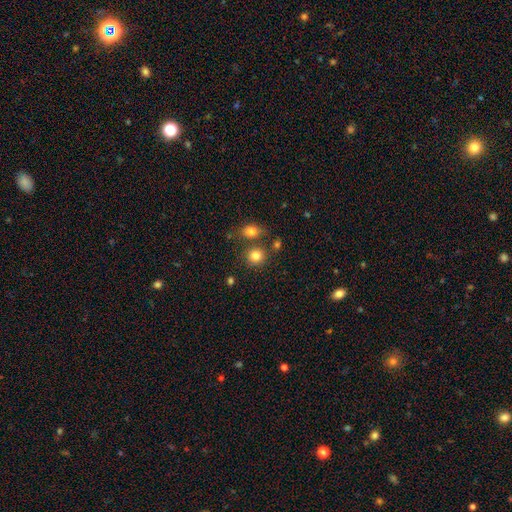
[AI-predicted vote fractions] Smooth or featured?
  - smooth: 82% *
  - star or artifact: 11%
  - featured or disk: 7%
How rounded?
  - round: 80% *
  - in between: 19%
  - cigar-shaped: 1%
Merging?
  - none: 69% *
  - merger: 18%
  - minor disturbance: 10%
  - major disturbance: 4%